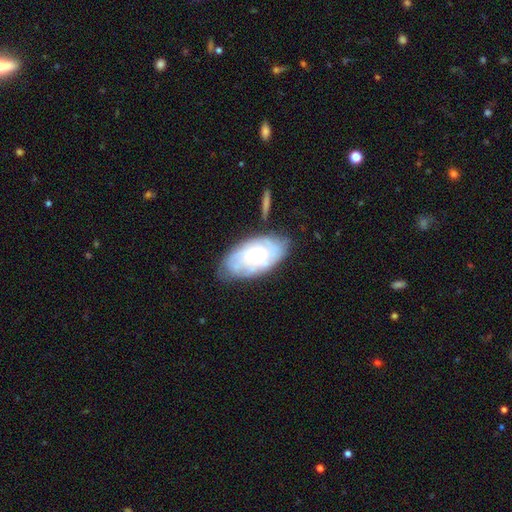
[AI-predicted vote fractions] Smooth or featured: featured or disk — 59% (smooth — 35%)
Edge-on disk: no — 92% (yes — 8%)
Bar: no — 73% (weak — 22%)
Spiral arms: yes — 68% (no — 32%)
Bulge size: moderate — 62% (large — 23%)
Merging: none — 68% (minor disturbance — 22%)